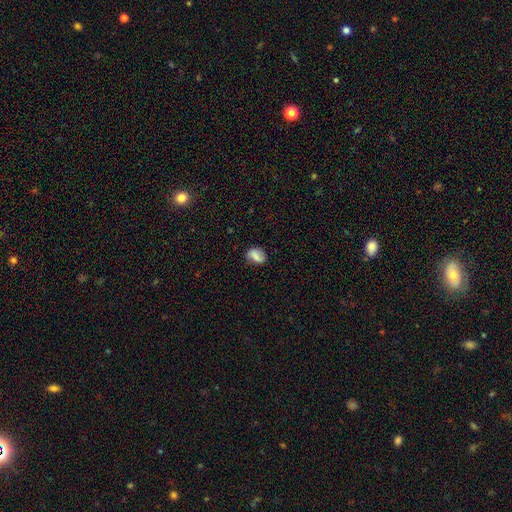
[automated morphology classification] Q: Smooth or featured?
A: smooth (73%); runner-up: featured or disk (18%)
Q: How rounded?
A: in between (71%); runner-up: round (26%)
Q: Merging?
A: none (69%); runner-up: minor disturbance (23%)